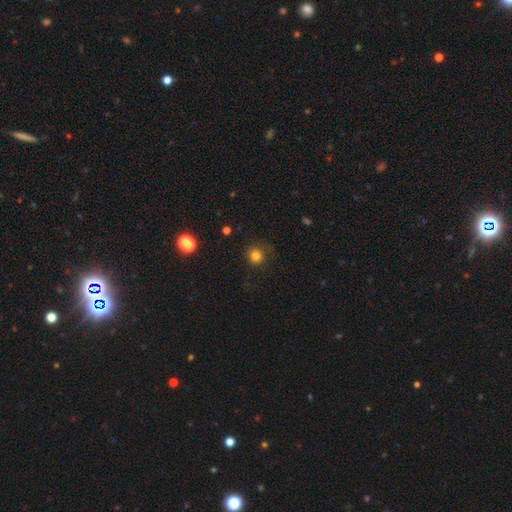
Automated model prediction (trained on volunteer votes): Q: Smooth or featured?
A: smooth (81%); runner-up: star or artifact (13%)
Q: How rounded?
A: round (90%); runner-up: in between (9%)
Q: Merging?
A: none (77%); runner-up: minor disturbance (14%)